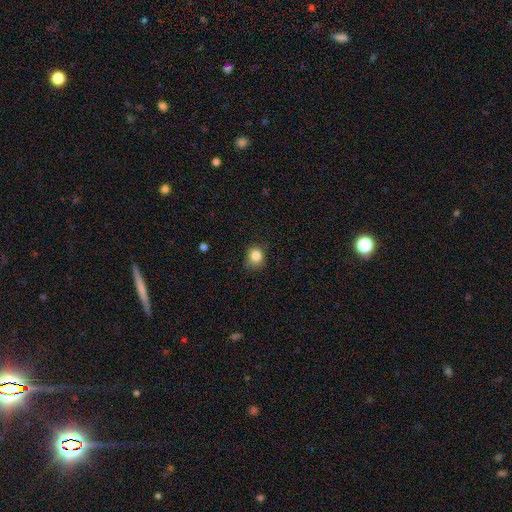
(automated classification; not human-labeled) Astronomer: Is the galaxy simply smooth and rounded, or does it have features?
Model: smooth — 85%.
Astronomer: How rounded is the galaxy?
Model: round — 79%.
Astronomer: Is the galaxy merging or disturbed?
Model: none — 71%.